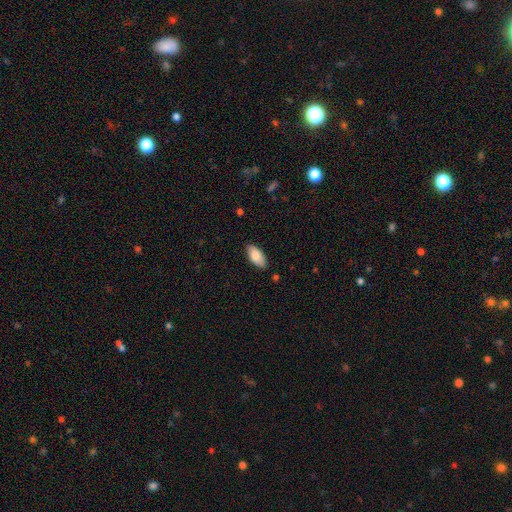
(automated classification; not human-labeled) smooth-or-featured: smooth: 84% | featured or disk: 10% | star or artifact: 6%
  how-rounded: in between: 92% | cigar-shaped: 6% | round: 2%
  merging: none: 83% | minor disturbance: 13% | major disturbance: 2% | merger: 1%